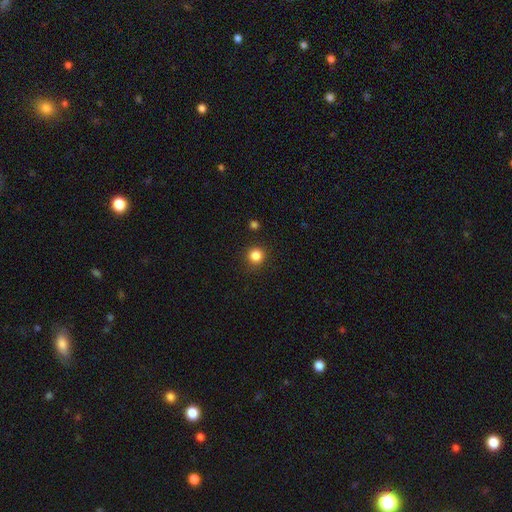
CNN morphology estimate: Smooth or featured? smooth (84%)
How rounded? round (93%)
Merging? none (88%)